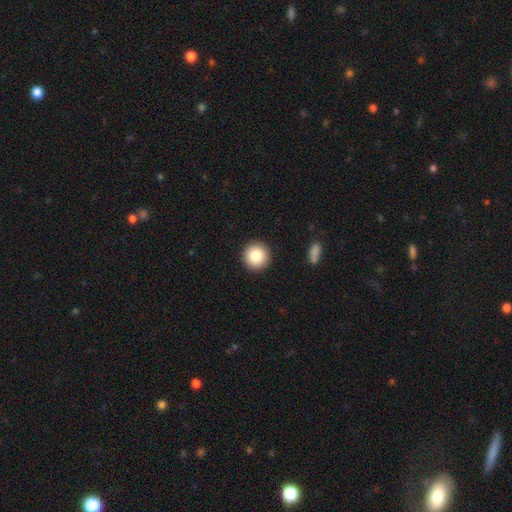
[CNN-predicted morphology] smooth_or_featured: smooth (p=0.83) [alt: star or artifact p=0.09]
how_rounded: round (p=0.96) [alt: in between p=0.03]
merging: none (p=0.93) [alt: minor disturbance p=0.05]